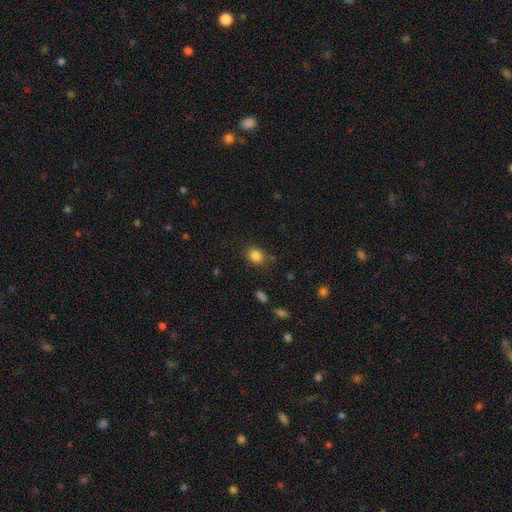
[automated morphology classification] smooth 84%, star or artifact 11%, featured or disk 5%. Down the decision tree: how rounded — round (65%); merging — none (81%).